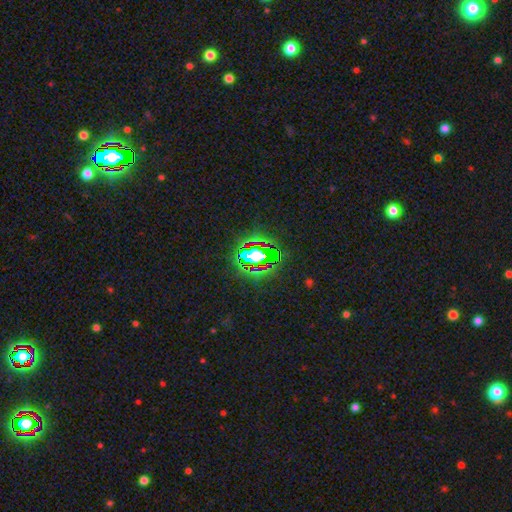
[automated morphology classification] smooth-or-featured: star or artifact: 63% | smooth: 23% | featured or disk: 14%